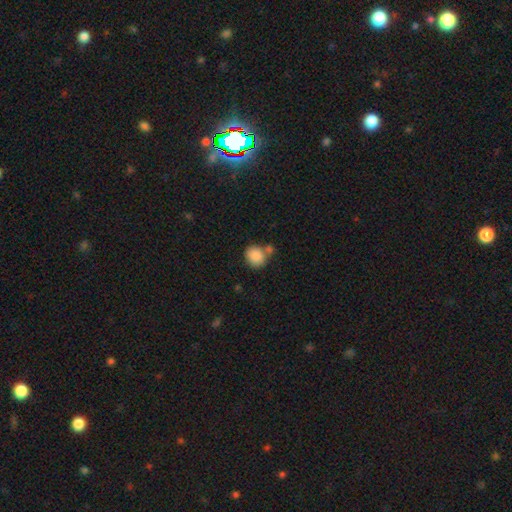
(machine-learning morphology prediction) smooth_or_featured: smooth (p=0.87) [alt: star or artifact p=0.08]
how_rounded: round (p=0.76) [alt: in between p=0.23]
merging: none (p=0.57) [alt: merger p=0.25]